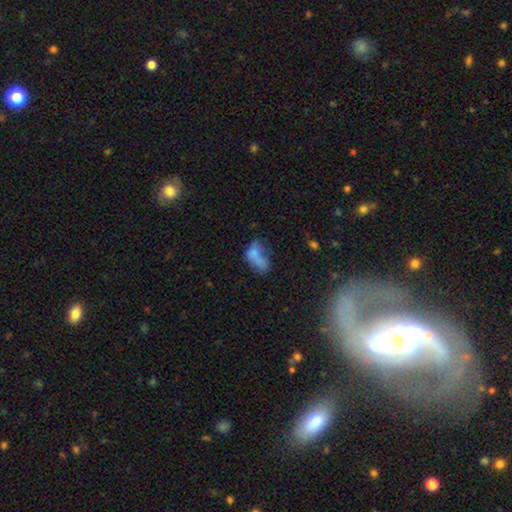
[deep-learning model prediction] smooth 66%, featured or disk 22%, star or artifact 12%. Down the decision tree: how rounded — in between (87%); merging — major disturbance (28%, tied with none).